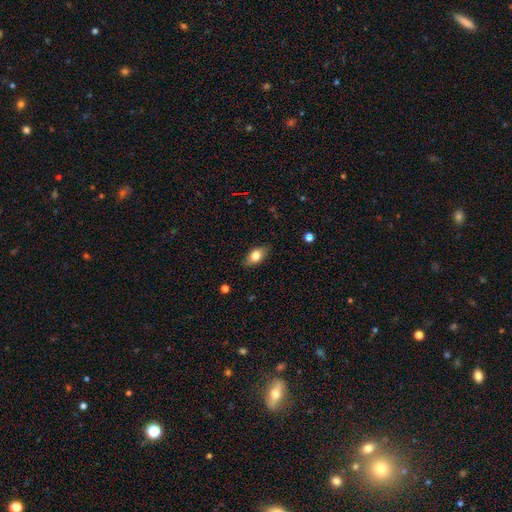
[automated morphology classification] A smooth galaxy with no disk features (72%) that is in between round and cigar-shaped (83%).

Vote fractions:
- Smooth or featured? smooth: 72% / featured or disk: 20% / star or artifact: 8%
- How rounded? in between: 83% / round: 10% / cigar-shaped: 7%
- Merging? none: 81% / minor disturbance: 14% / major disturbance: 3% / merger: 1%